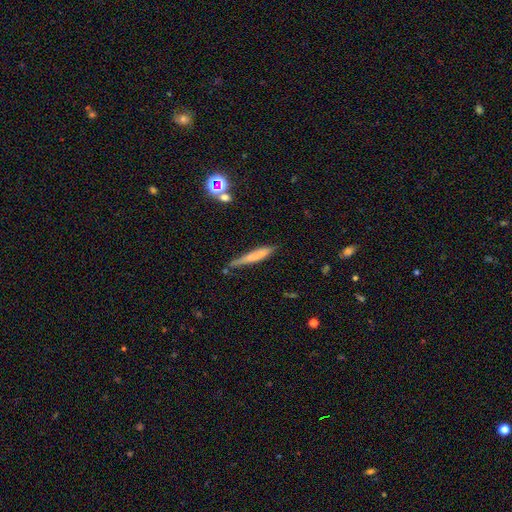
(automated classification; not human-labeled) This appears to be a smooth galaxy with no disk features (66%) that is cigar-shaped (92%). Merging: none (62%).